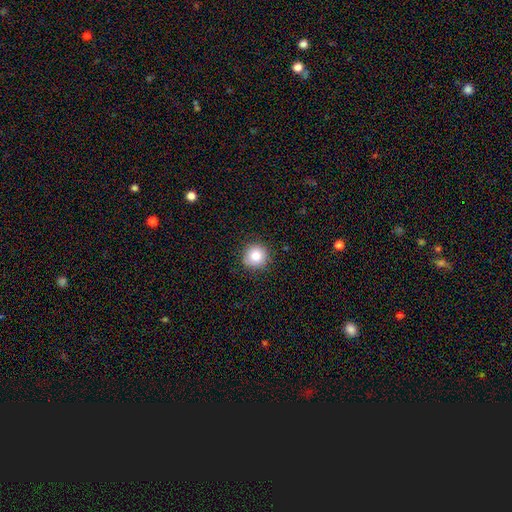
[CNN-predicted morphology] A smooth galaxy with no disk features (83%) that is round (92%).

Vote fractions:
- Smooth or featured? smooth: 83% / star or artifact: 10% / featured or disk: 7%
- How rounded? round: 92% / in between: 7% / cigar-shaped: 1%
- Merging? none: 86% / minor disturbance: 10% / major disturbance: 2% / merger: 1%